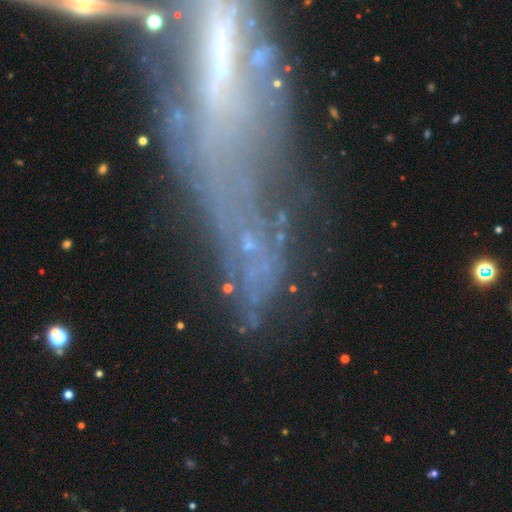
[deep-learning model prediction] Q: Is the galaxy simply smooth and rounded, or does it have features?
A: featured or disk — 43%.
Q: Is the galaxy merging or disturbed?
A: none — 42%.